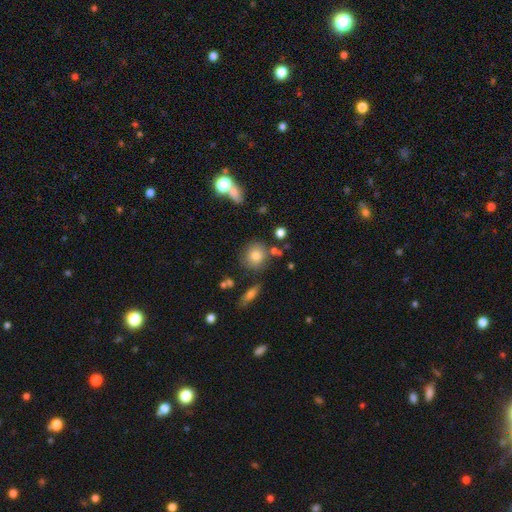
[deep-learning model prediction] This is likely a smooth galaxy (77%). How rounded: likely round (78%). Merging: likely none (70%).